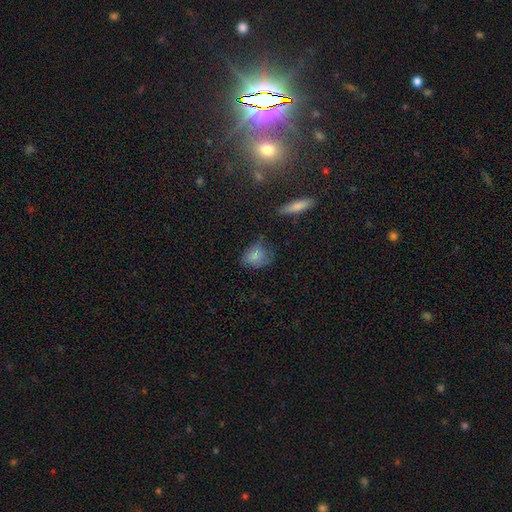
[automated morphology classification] smooth-or-featured: smooth: 78% | star or artifact: 13% | featured or disk: 10%
  how-rounded: in between: 58% | round: 39% | cigar-shaped: 2%
  merging: none: 52% | minor disturbance: 32% | major disturbance: 13% | merger: 4%